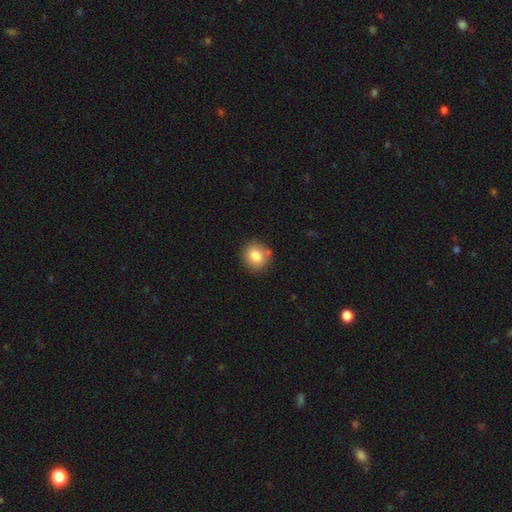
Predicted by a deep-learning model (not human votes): A smooth galaxy with no disk features (83%) that is round (76%).

Vote fractions:
- Smooth or featured? smooth: 83% / star or artifact: 9% / featured or disk: 8%
- How rounded? round: 76% / in between: 23% / cigar-shaped: 1%
- Merging? none: 81% / minor disturbance: 11% / merger: 5% / major disturbance: 3%